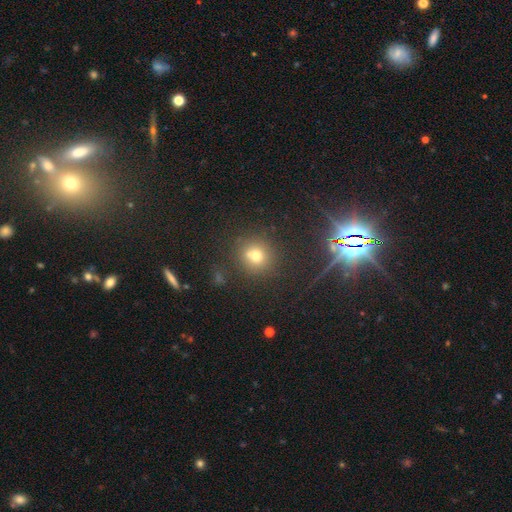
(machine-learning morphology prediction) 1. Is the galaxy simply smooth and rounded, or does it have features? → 67% smooth, 21% star or artifact, 12% featured or disk.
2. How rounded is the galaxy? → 89% round, 10% in between, 1% cigar-shaped.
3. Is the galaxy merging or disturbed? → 71% none, 14% merger, 11% minor disturbance, 5% major disturbance.